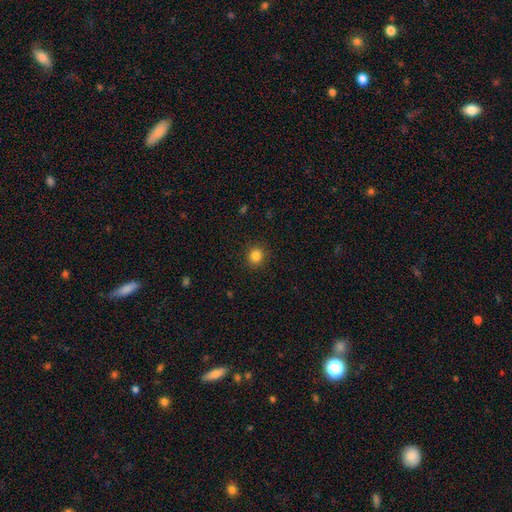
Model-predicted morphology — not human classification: Smooth or featured? smooth (85%)
How rounded? round (88%)
Merging? none (90%)